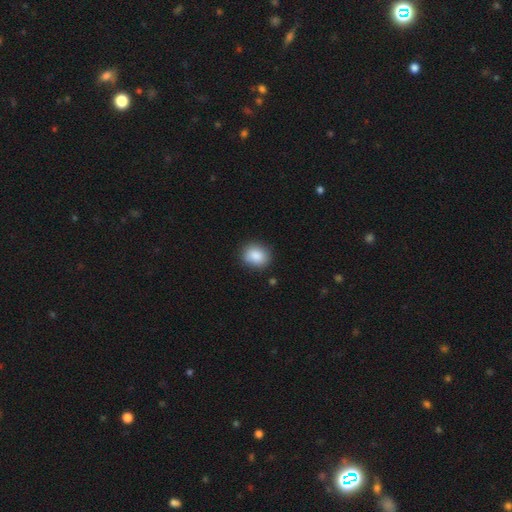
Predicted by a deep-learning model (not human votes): smooth 88%, star or artifact 8%, featured or disk 4%. Down the decision tree: how rounded — round (63%); merging — none (85%).